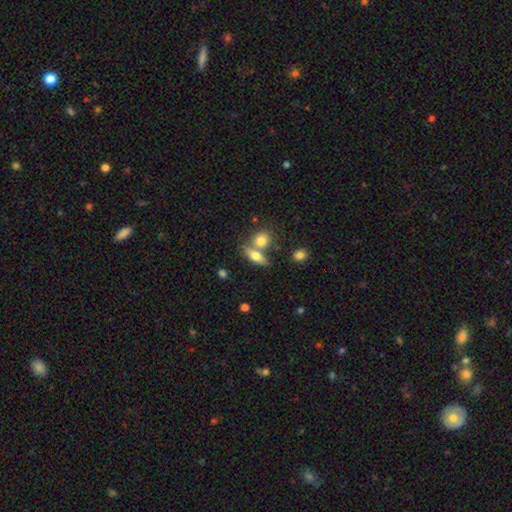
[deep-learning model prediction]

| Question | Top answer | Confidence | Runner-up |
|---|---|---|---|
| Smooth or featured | smooth | 63% | featured or disk (29%) |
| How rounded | in between | 57% | cigar-shaped (31%) |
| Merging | none | 51% | merger (36%) |